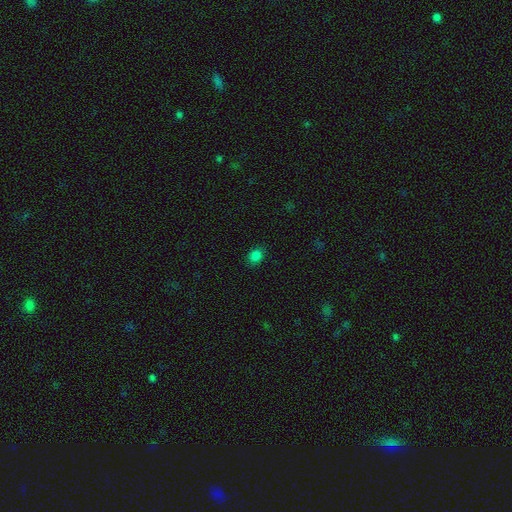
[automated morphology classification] Smooth or featured: smooth — 82% (star or artifact — 15%)
How rounded: round — 51% (in between — 48%)
Merging: none — 87% (minor disturbance — 10%)